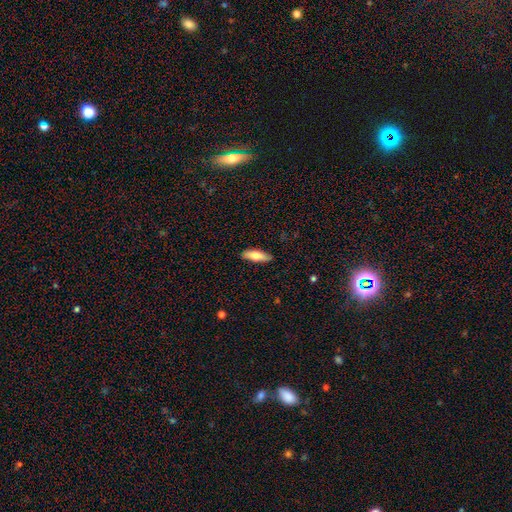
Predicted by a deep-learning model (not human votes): Overall: smooth (72%). How rounded: in between (56%; cigar-shaped 42%). Merging: none (88%).